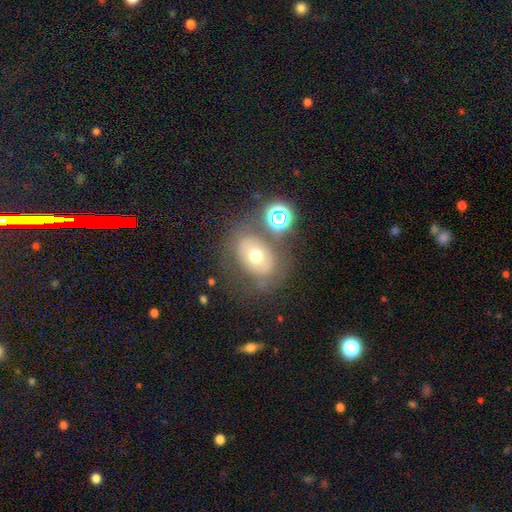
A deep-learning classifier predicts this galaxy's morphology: smooth-or-featured: smooth: 54% | featured or disk: 32% | star or artifact: 14%
  how-rounded: in between: 62% | round: 37% | cigar-shaped: 1%
  merging: none: 64% | minor disturbance: 15% | merger: 11% | major disturbance: 10%